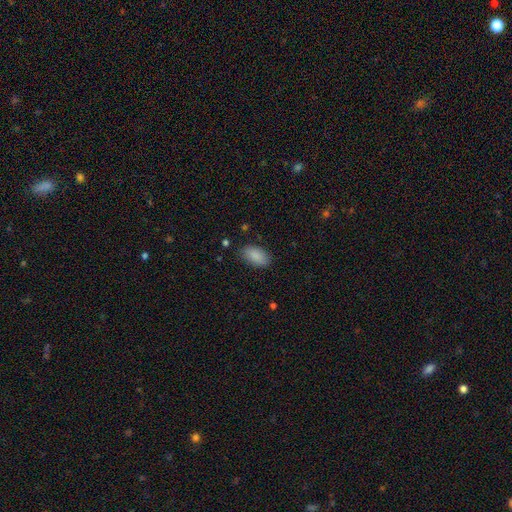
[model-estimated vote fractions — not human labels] Smooth or featured: smooth — 88% (star or artifact — 7%)
How rounded: in between — 94% (round — 4%)
Merging: none — 83% (minor disturbance — 13%)